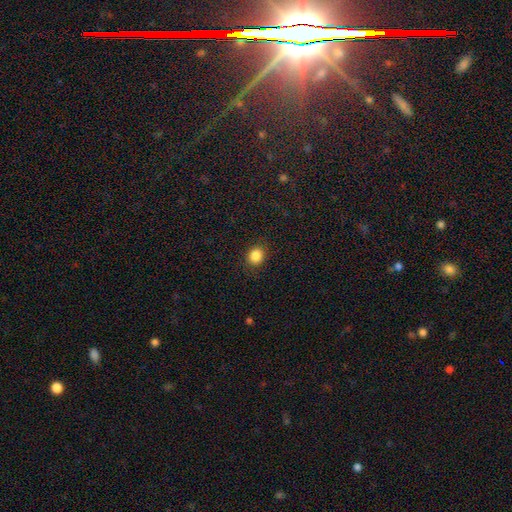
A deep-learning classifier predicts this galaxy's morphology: A smooth galaxy with no disk features (85%) that is round (78%).

Vote fractions:
- Smooth or featured? smooth: 85% / star or artifact: 11% / featured or disk: 4%
- How rounded? round: 78% / in between: 21% / cigar-shaped: 1%
- Merging? none: 89% / minor disturbance: 7% / major disturbance: 2% / merger: 1%